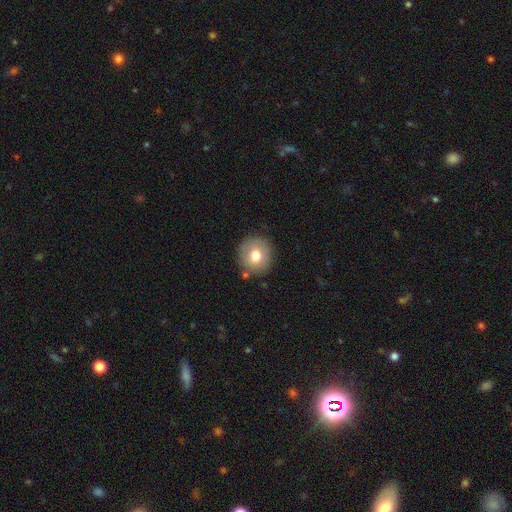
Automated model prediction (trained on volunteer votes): The model was most divided on "smooth or featured": smooth: 74%, featured or disk: 17%, star or artifact: 9%. More confident: how rounded — round (91%); merging — none (83%).